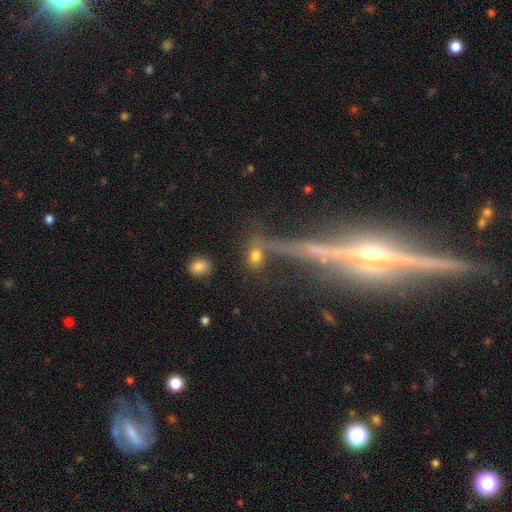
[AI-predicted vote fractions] Q: Smooth or featured?
A: smooth (72%); runner-up: star or artifact (15%)
Q: How rounded?
A: in between (54%); runner-up: round (37%)
Q: Merging?
A: none (60%); runner-up: merger (17%)